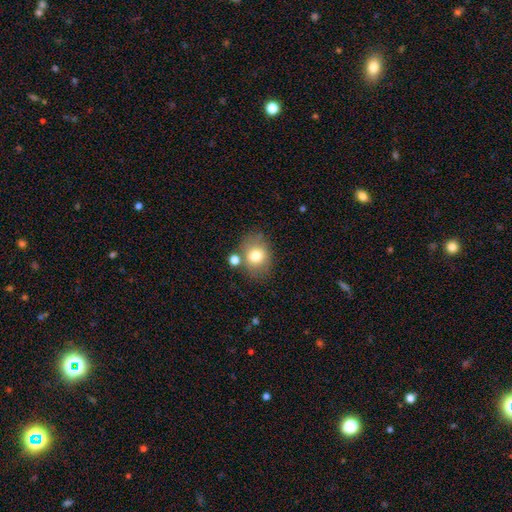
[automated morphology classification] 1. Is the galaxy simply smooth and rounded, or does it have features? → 74% smooth, 16% featured or disk, 10% star or artifact.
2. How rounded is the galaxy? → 51% in between, 48% round, 1% cigar-shaped.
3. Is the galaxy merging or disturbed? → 67% none, 15% minor disturbance, 12% merger, 5% major disturbance.